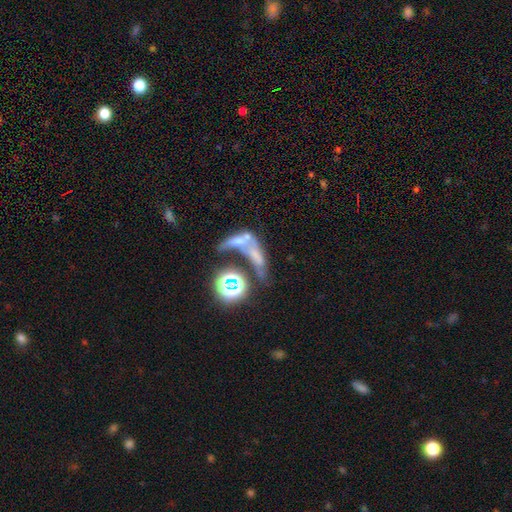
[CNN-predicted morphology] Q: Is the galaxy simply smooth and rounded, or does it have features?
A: smooth — 45%.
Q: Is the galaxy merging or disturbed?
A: merger — 55%.